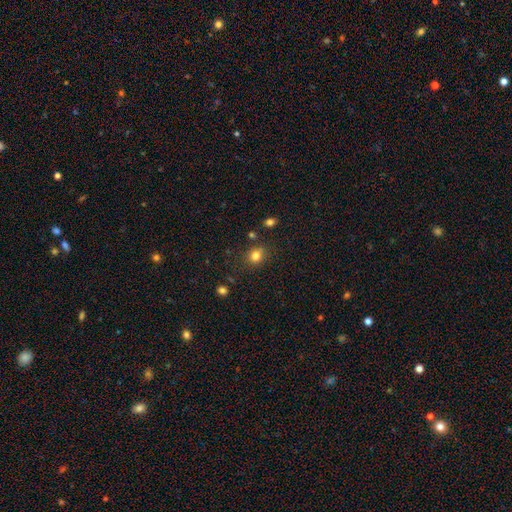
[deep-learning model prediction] smooth-or-featured: smooth: 81% | star or artifact: 13% | featured or disk: 6%
  how-rounded: round: 65% | in between: 34% | cigar-shaped: 1%
  merging: none: 78% | minor disturbance: 13% | merger: 5% | major disturbance: 4%